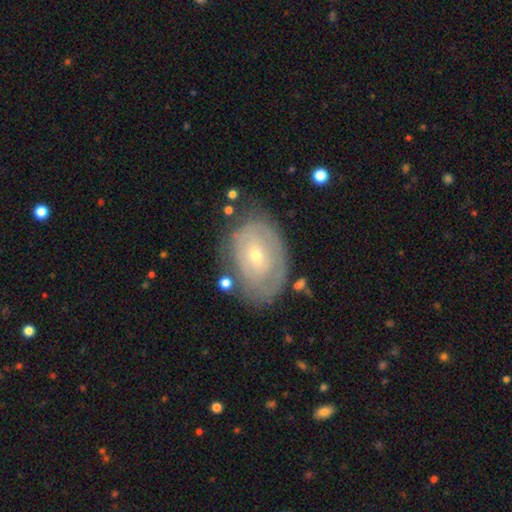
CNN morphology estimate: A featured or disk galaxy (66%) with no bar (66%), spiral arms (57%) and a small central bulge (70%).

Vote fractions:
- Smooth or featured? featured or disk: 66% / smooth: 27% / star or artifact: 6%
- Edge-on disk? no: 94% / yes: 6%
- Bar? no: 66% / weak: 27% / strong: 7%
- Spiral arms? yes: 57% / no: 43%
- Bulge size? small: 70% / moderate: 27% / large: 1% / none: 1% / dominant: 1%
- Merging? none: 66% / minor disturbance: 21% / major disturbance: 9% / merger: 3%